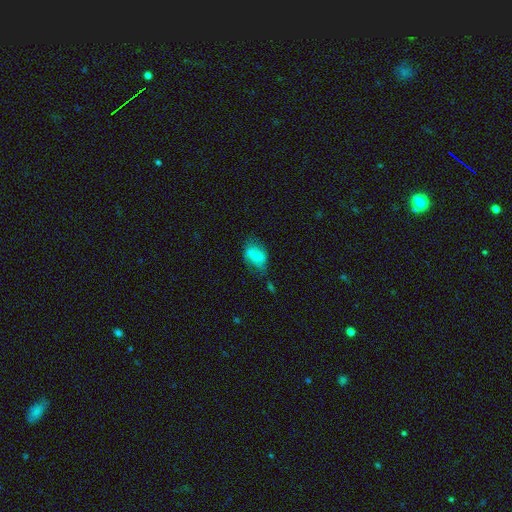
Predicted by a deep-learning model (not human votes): Morphology: type=smooth (58%); roundness=in between (84%); merging=none (51%).